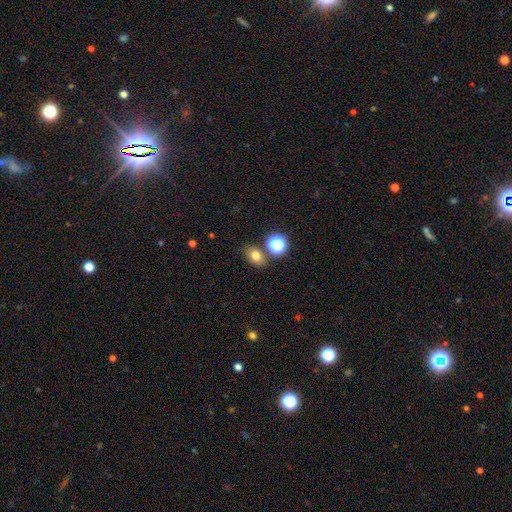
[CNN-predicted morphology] Smooth or featured?
  - smooth: 74% *
  - star or artifact: 16%
  - featured or disk: 10%
How rounded?
  - in between: 64% *
  - round: 34%
  - cigar-shaped: 1%
Merging?
  - none: 73% *
  - merger: 12%
  - minor disturbance: 11%
  - major disturbance: 4%